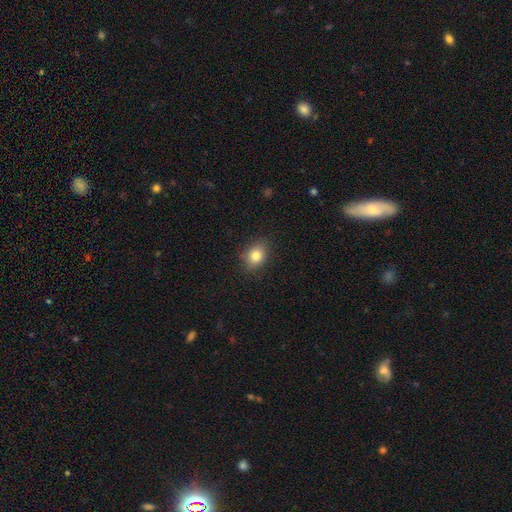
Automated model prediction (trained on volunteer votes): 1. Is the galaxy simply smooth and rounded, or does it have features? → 82% smooth, 10% star or artifact, 7% featured or disk.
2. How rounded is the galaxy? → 55% in between, 44% round, 1% cigar-shaped.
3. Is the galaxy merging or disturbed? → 84% none, 12% minor disturbance, 3% major disturbance, 1% merger.